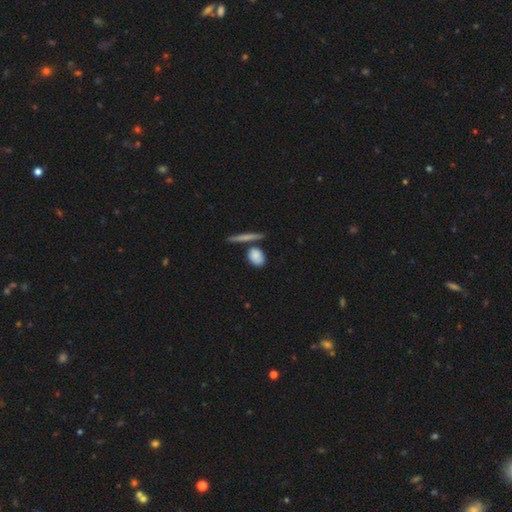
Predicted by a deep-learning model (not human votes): Smooth or featured? Predicted: smooth (p=0.80). How rounded? Predicted: in between (p=0.51). Merging? Predicted: none (p=0.65).